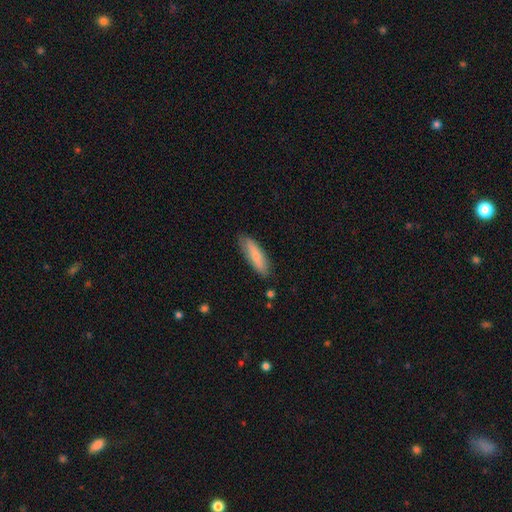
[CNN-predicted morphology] Overall: smooth (76%). How rounded: cigar-shaped (60%; in between 38%). Merging: none (80%).